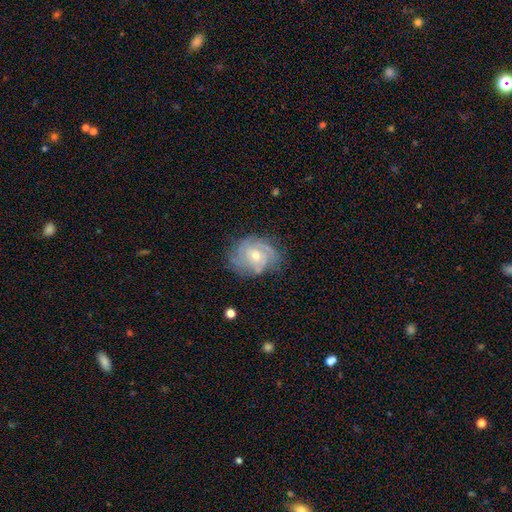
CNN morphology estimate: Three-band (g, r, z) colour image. It shows a featured or disk galaxy (80%) with no bar (66%), tight (66%) spiral arms (93%) and a moderate central bulge (53%). Merging: none (72%).